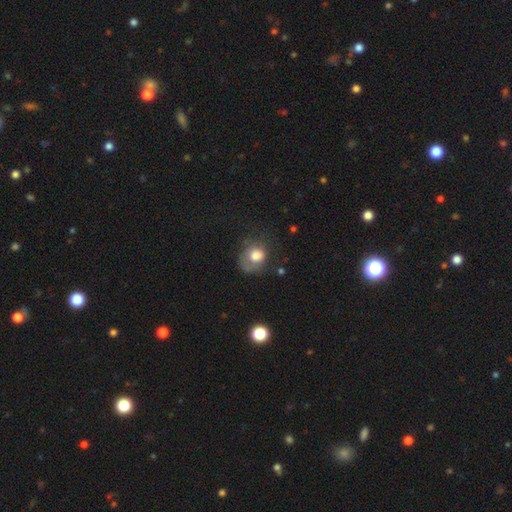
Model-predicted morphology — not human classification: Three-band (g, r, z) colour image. It shows a smooth galaxy with no disk features (70%) that is round (62%). Merging: none (39%).